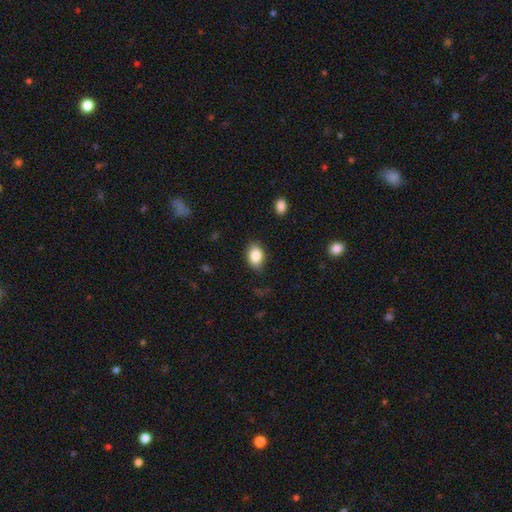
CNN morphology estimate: smooth 86%, star or artifact 8%, featured or disk 7%. Down the decision tree: how rounded — in between (84%); merging — none (85%).